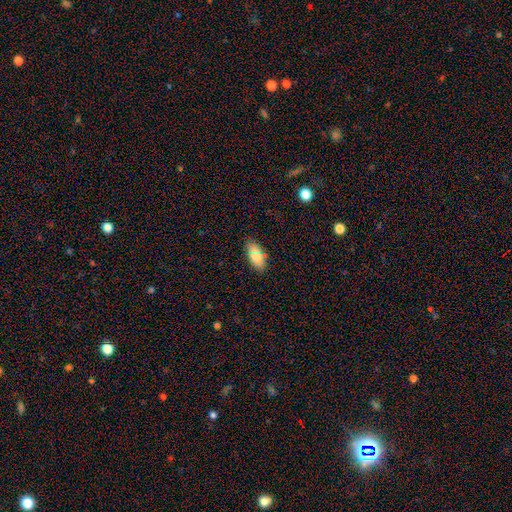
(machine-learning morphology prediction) The model was most divided on "smooth or featured": smooth: 80%, featured or disk: 13%, star or artifact: 7%. More confident: how rounded — in between (87%); merging — none (85%).